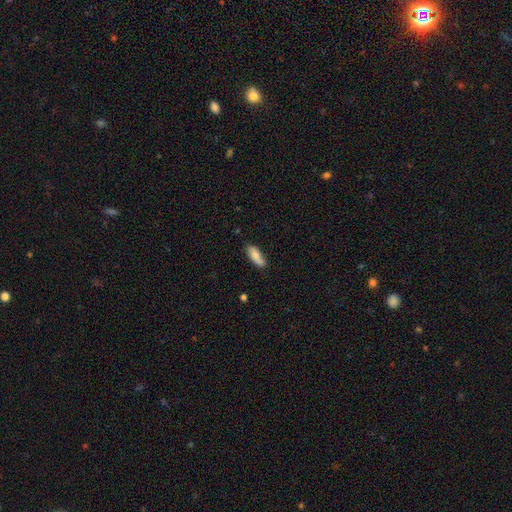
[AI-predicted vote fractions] A smooth galaxy with no disk features (78%) that is in between round and cigar-shaped (66%). Merging: none (72%).